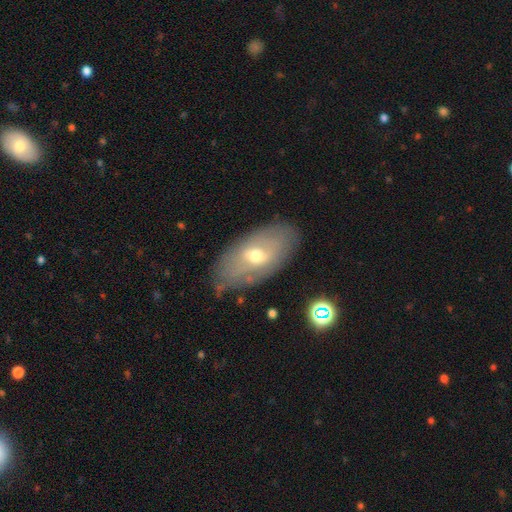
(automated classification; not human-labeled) featured or disk 53%, smooth 40%, star or artifact 7%. Down the decision tree: edge-on disk — no (85%); merging — none (77%).